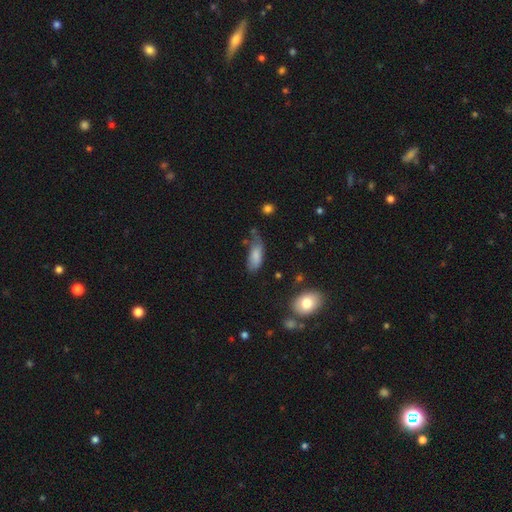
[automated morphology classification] smooth 81%, featured or disk 11%, star or artifact 8%. Down the decision tree: how rounded — in between (80%); merging — none (43%).